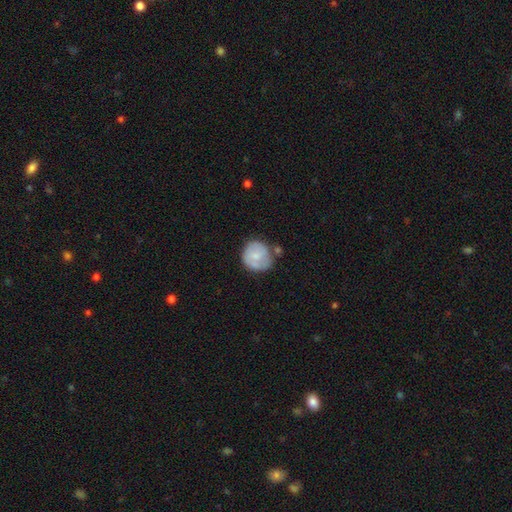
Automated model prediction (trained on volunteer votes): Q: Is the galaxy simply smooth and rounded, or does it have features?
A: smooth — 64%.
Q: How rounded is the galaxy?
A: round — 87%.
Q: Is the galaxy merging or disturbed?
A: none — 60%.